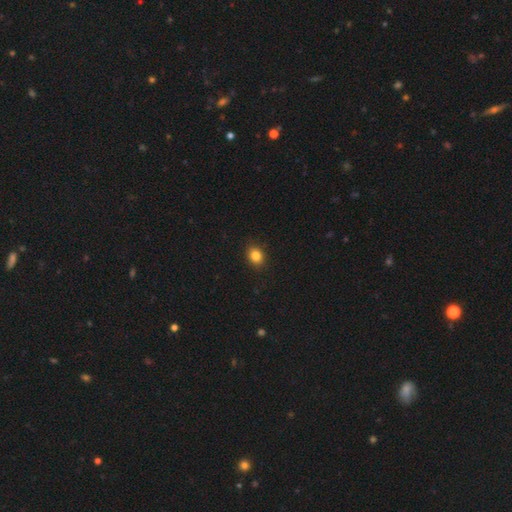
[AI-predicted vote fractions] This is clearly a smooth galaxy (84%). How rounded: possibly round (57%). Merging: clearly none (90%).